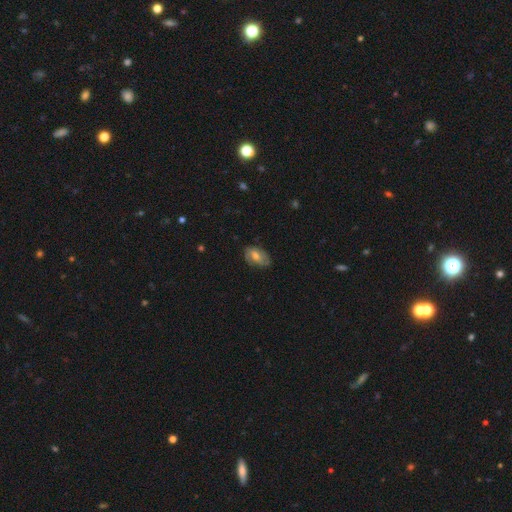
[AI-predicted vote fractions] This appears to be a smooth galaxy with no disk features (47%). Merging: none (72%).